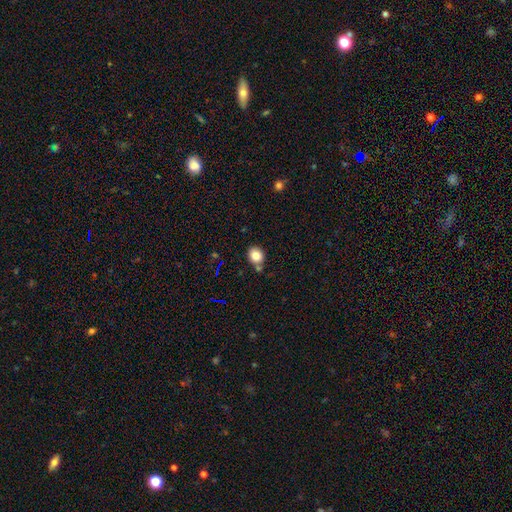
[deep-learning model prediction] smooth-or-featured: smooth: 83% | star or artifact: 10% | featured or disk: 7%
  how-rounded: round: 57% | in between: 42% | cigar-shaped: 1%
  merging: none: 72% | minor disturbance: 14% | merger: 11% | major disturbance: 3%